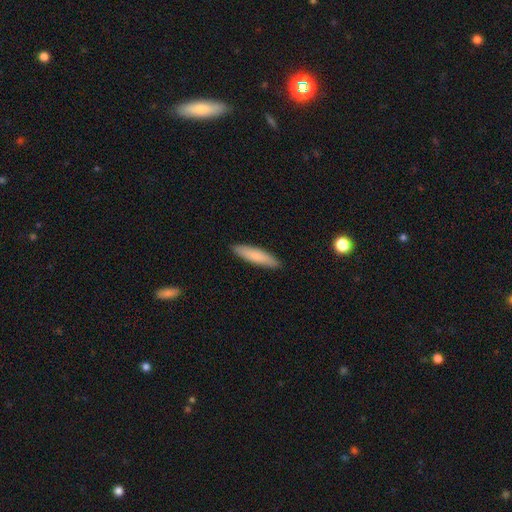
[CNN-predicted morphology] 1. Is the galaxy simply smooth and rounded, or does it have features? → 81% smooth, 13% featured or disk, 6% star or artifact.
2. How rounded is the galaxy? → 80% cigar-shaped, 18% in between, 1% round.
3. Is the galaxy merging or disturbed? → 90% none, 7% minor disturbance, 1% major disturbance, 1% merger.